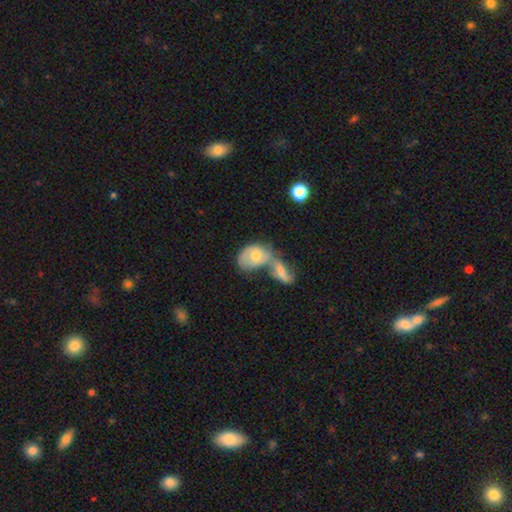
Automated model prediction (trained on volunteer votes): This appears to be a smooth galaxy with no disk features (58%) that is in between round and cigar-shaped (81%). Merging: merger (70%).